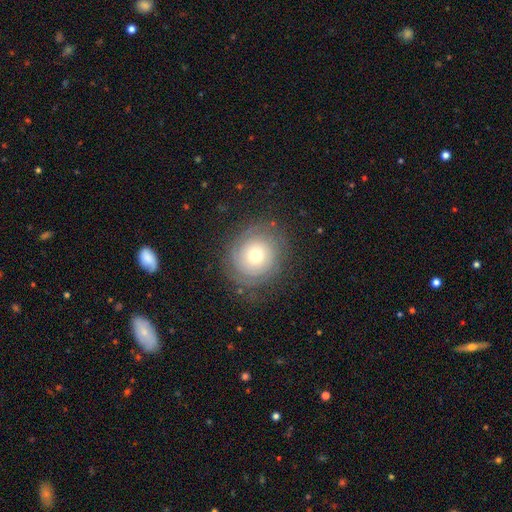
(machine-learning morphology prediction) A featured or disk galaxy (53%) with no bar (86%), spiral arms (71%) and a moderate central bulge (68%).

Vote fractions:
- Smooth or featured? featured or disk: 53% / smooth: 37% / star or artifact: 10%
- Edge-on disk? no: 96% / yes: 4%
- Bar? no: 86% / weak: 11% / strong: 3%
- Spiral arms? yes: 71% / no: 29%
- Bulge size? moderate: 68% / small: 20% / large: 10% / dominant: 2% / none: 1%
- Merging? none: 78% / minor disturbance: 14% / major disturbance: 7% / merger: 1%